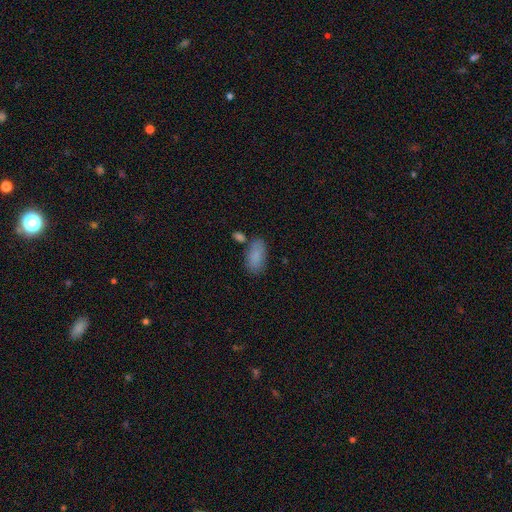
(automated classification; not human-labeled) Smooth or featured?
  - smooth: 86% *
  - featured or disk: 7%
  - star or artifact: 7%
How rounded?
  - in between: 93% *
  - cigar-shaped: 3%
  - round: 3%
Merging?
  - none: 64% *
  - minor disturbance: 18%
  - merger: 14%
  - major disturbance: 5%